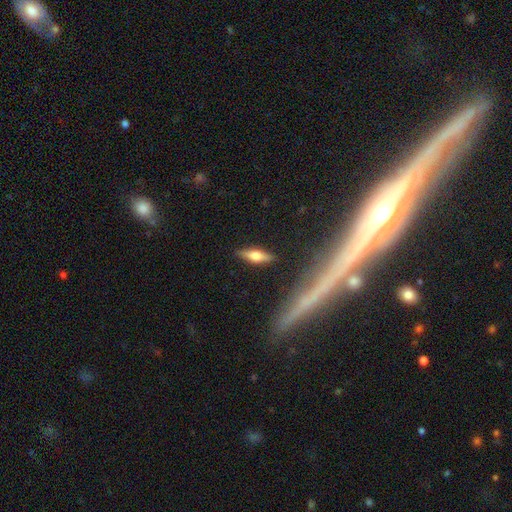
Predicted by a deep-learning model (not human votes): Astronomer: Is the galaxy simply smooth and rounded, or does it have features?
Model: featured or disk — 48% (runner-up: smooth, 44%).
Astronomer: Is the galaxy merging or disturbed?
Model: none — 87%.